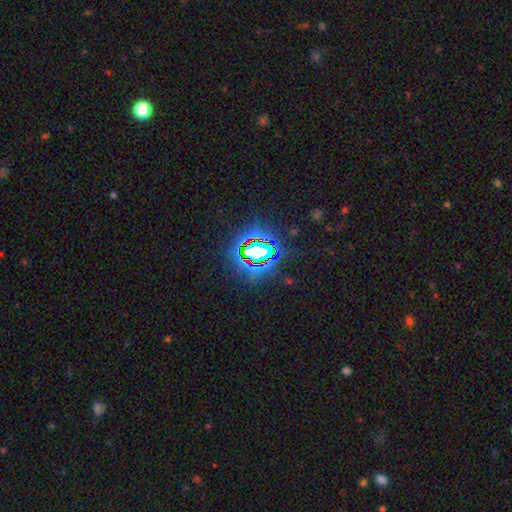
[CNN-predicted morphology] The model was most divided on "smooth or featured": star or artifact: 82%, smooth: 11%, featured or disk: 8%.